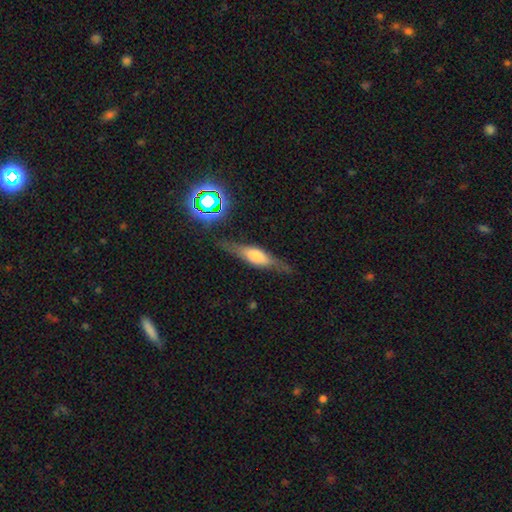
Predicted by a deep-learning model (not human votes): Smooth or featured?
  - featured or disk: 59% *
  - smooth: 32%
  - star or artifact: 9%
Edge-on disk?
  - yes: 91% *
  - no: 9%
Edge-on bulge?
  - rounded: 73% *
  - boxy: 23%
  - none: 5%
Merging?
  - none: 77% *
  - minor disturbance: 16%
  - major disturbance: 5%
  - merger: 2%